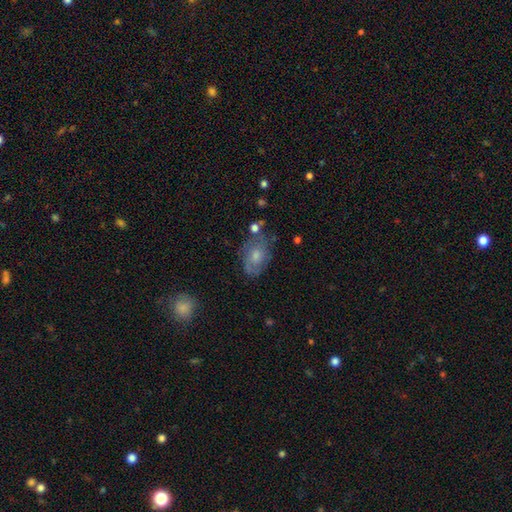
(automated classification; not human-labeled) Smooth or featured?
  - smooth: 49% *
  - featured or disk: 41%
  - star or artifact: 10%
Merging?
  - none: 62% *
  - minor disturbance: 23%
  - major disturbance: 9%
  - merger: 5%